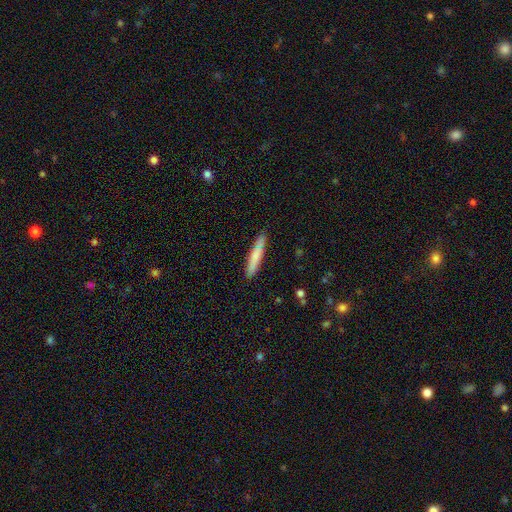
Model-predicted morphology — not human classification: This is likely a smooth galaxy (75%). How rounded: clearly cigar-shaped (93%). Merging: clearly none (88%).